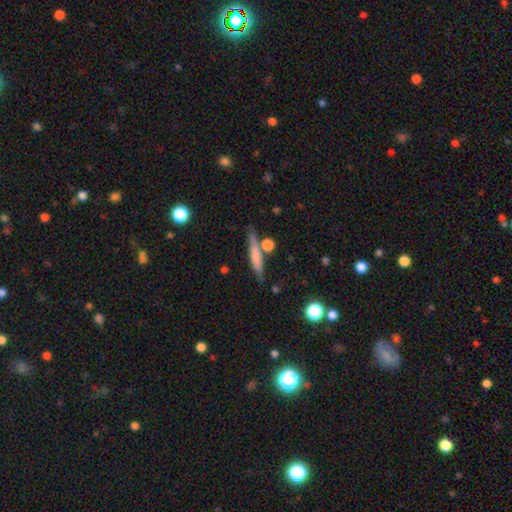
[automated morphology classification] A smooth galaxy with no disk features (60%) that is cigar-shaped (90%).

Vote fractions:
- Smooth or featured? smooth: 60% / featured or disk: 33% / star or artifact: 7%
- How rounded? cigar-shaped: 90% / in between: 7% / round: 3%
- Merging? none: 74% / minor disturbance: 12% / merger: 10% / major disturbance: 3%